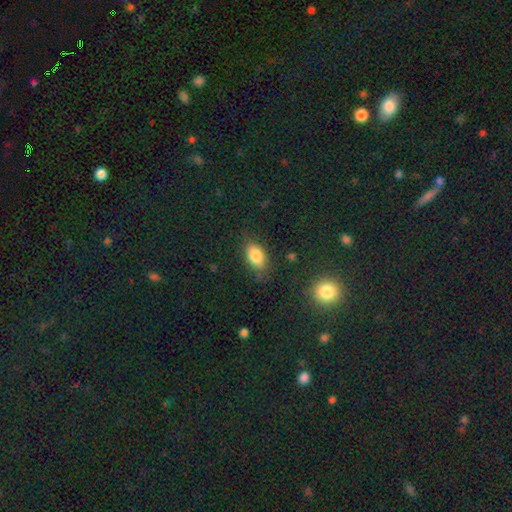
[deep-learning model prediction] Morphology: type=smooth (83%); roundness=in between (88%); merging=none (77%).